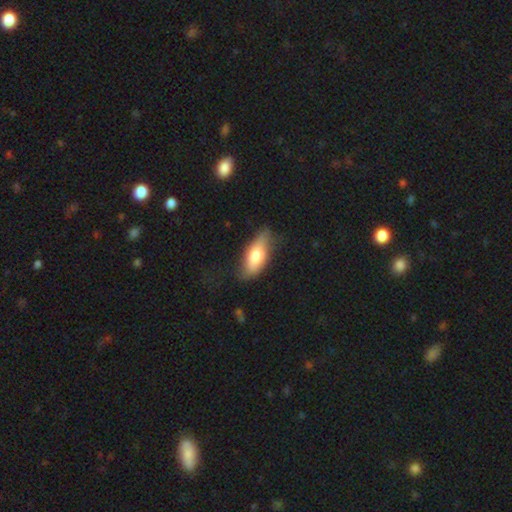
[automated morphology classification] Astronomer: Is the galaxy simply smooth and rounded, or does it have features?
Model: smooth — 72%.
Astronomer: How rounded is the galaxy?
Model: in between — 79%.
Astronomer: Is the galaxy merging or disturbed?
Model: none — 65%.